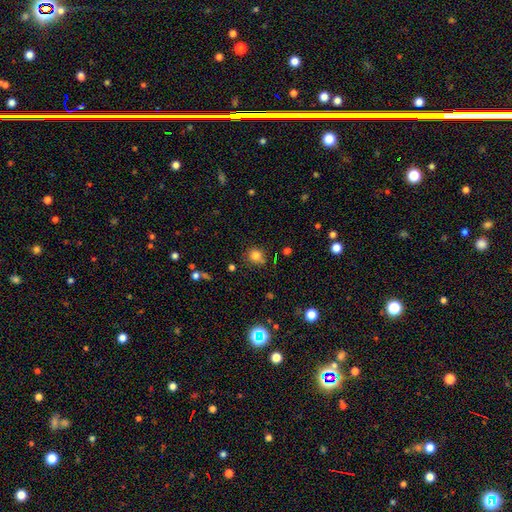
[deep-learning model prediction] Smooth or featured: smooth — 80% (star or artifact — 14%)
How rounded: round — 80% (in between — 19%)
Merging: none — 72% (minor disturbance — 18%)